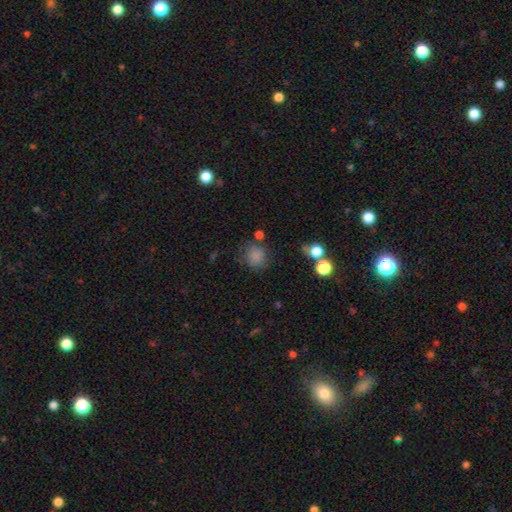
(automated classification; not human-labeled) smooth 82%, star or artifact 12%, featured or disk 7%. Down the decision tree: how rounded — round (80%); merging — none (69%).